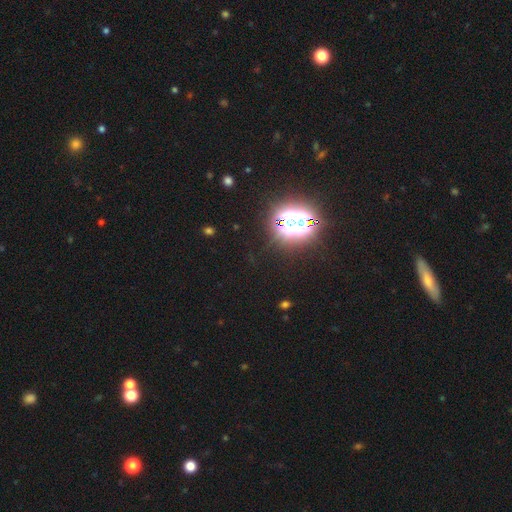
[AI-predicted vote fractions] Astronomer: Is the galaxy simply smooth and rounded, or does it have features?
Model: star or artifact — 80%.